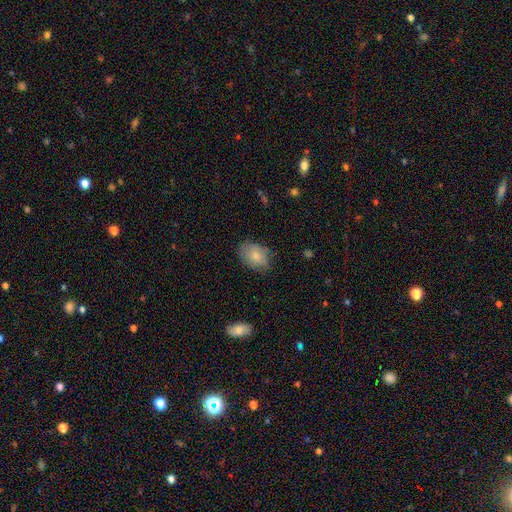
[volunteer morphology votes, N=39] This is likely a smooth galaxy (77%). How rounded: clearly in between (80%). Merging: likely none (77%).